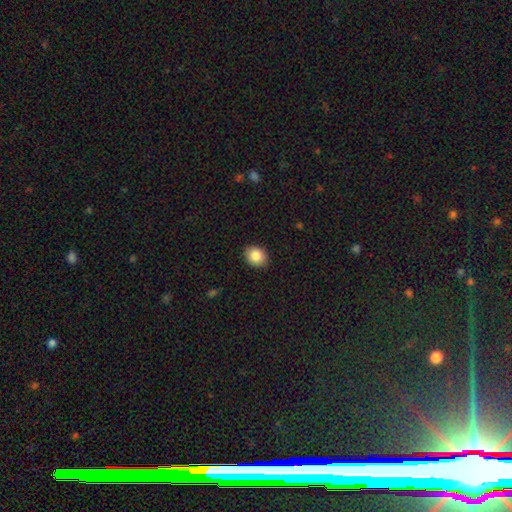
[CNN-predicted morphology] Smooth or featured? smooth (86%)
How rounded? in between (55%)
Merging? none (89%)